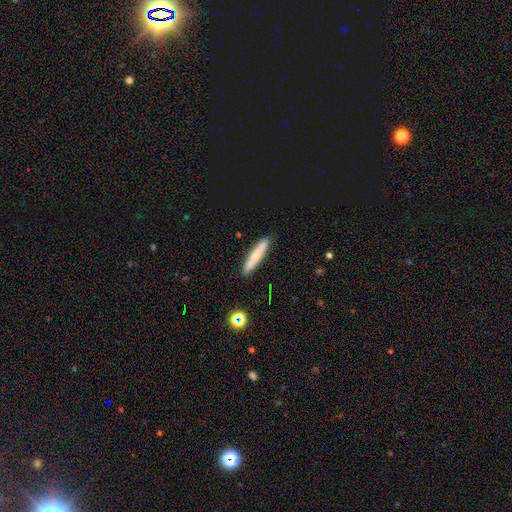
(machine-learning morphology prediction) A smooth galaxy with no disk features (61%) that is cigar-shaped (89%).

Vote fractions:
- Smooth or featured? smooth: 61% / featured or disk: 32% / star or artifact: 7%
- How rounded? cigar-shaped: 89% / in between: 9% / round: 2%
- Merging? none: 87% / minor disturbance: 9% / major disturbance: 2% / merger: 2%